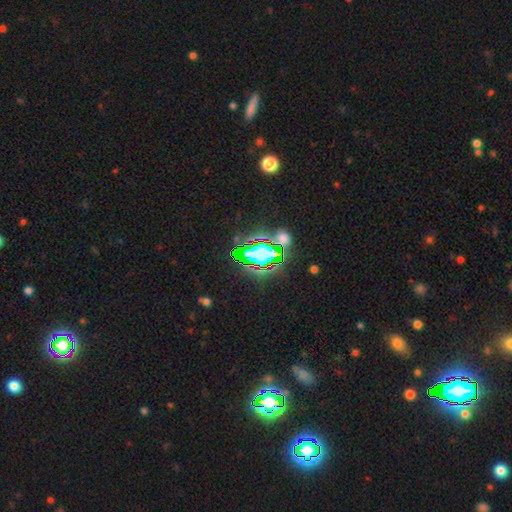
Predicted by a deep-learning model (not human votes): This is clearly a star or artifact rather than a galaxy (82%).